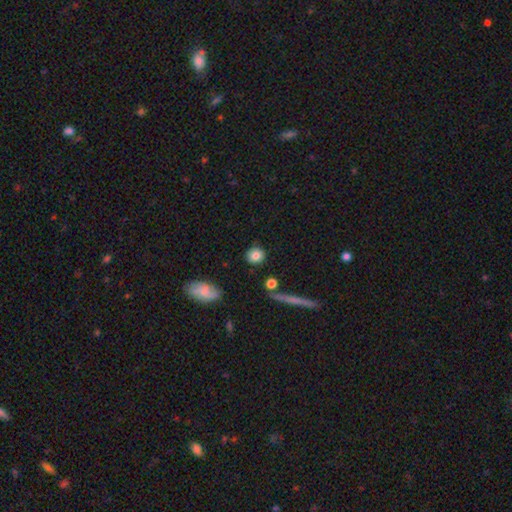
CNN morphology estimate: The model was most divided on "how rounded": round: 83%, in between: 15%, cigar-shaped: 2%. More confident: merging — none (86%); smooth or featured — smooth (82%).